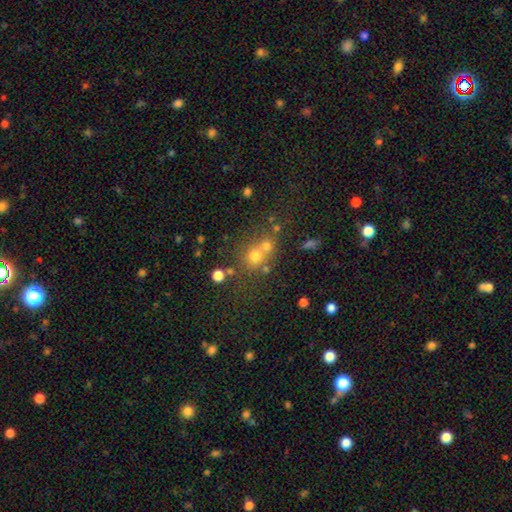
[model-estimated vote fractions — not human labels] The model was most divided on "merging": none: 46%, merger: 42%, minor disturbance: 8%, major disturbance: 4%. More confident: how rounded — round (81%); smooth or featured — smooth (63%).